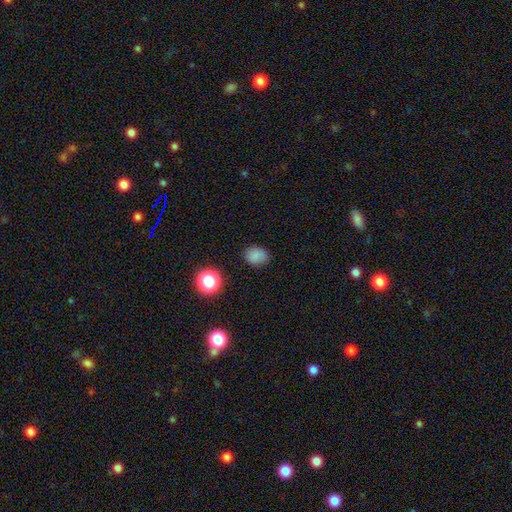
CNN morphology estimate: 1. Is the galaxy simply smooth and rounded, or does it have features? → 81% smooth, 14% star or artifact, 5% featured or disk.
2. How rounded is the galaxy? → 51% in between, 48% round, 1% cigar-shaped.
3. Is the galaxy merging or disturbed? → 82% none, 14% minor disturbance, 3% major disturbance, 2% merger.